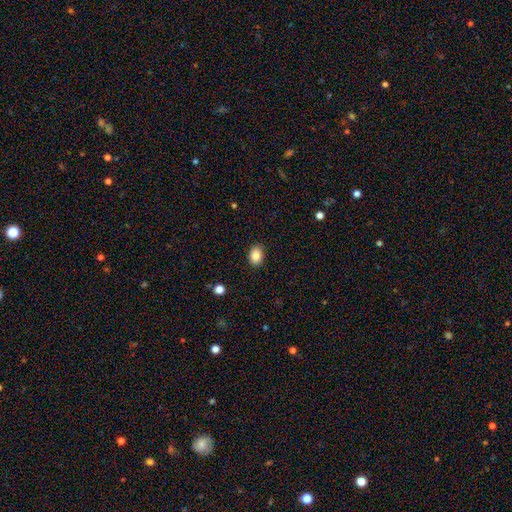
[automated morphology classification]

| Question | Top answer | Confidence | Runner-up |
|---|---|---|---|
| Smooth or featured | smooth | 87% | star or artifact (9%) |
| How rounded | in between | 67% | round (32%) |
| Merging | none | 87% | minor disturbance (9%) |